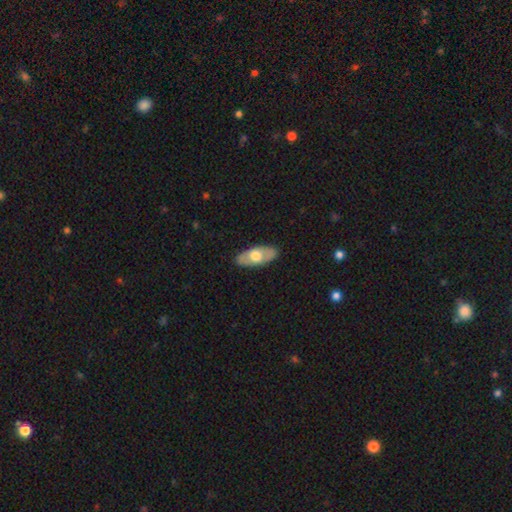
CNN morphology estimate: A smooth galaxy with no disk features (52%) that is in between round and cigar-shaped (86%). Merging: none (87%).